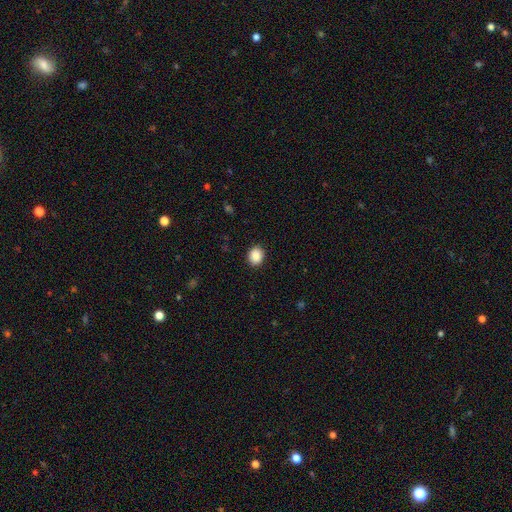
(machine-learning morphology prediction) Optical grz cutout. It shows a smooth galaxy with no disk features (89%) that is round (62%). Merging: none (91%).